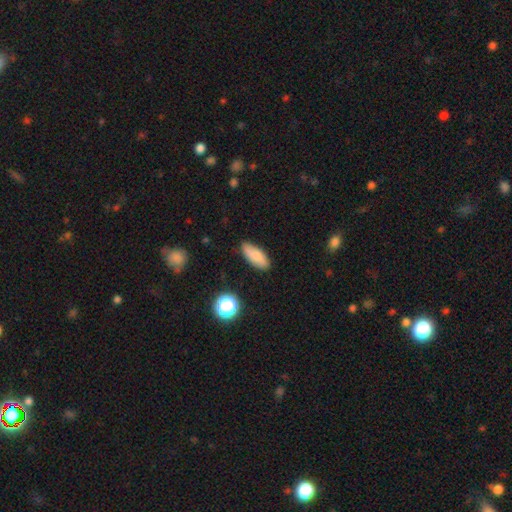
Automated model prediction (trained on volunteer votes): A smooth galaxy with no disk features (81%) that is in between round and cigar-shaped (77%). Merging: none (83%).